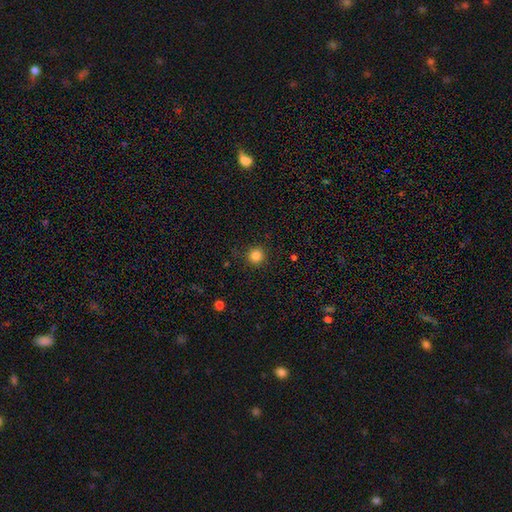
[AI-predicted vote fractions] Overall: smooth (84%). How rounded: round (95%). Merging: none (89%).